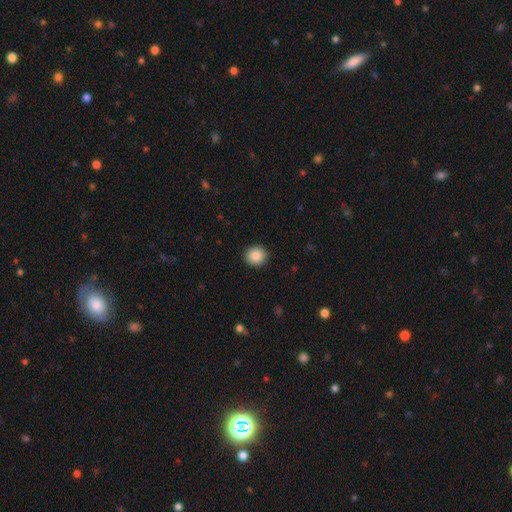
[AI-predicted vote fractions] smooth_or_featured: smooth (p=0.88) [alt: star or artifact p=0.09]
how_rounded: round (p=0.90) [alt: in between p=0.10]
merging: none (p=0.92) [alt: minor disturbance p=0.05]